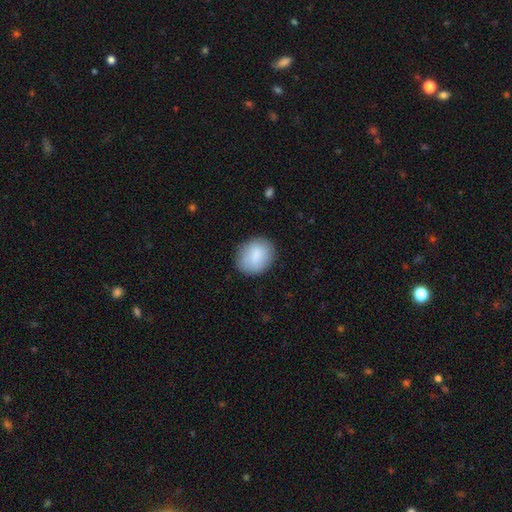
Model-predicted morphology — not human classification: Smooth or featured? Predicted: smooth (p=0.82). How rounded? Predicted: round (p=0.54). Merging? Predicted: none (p=0.81).